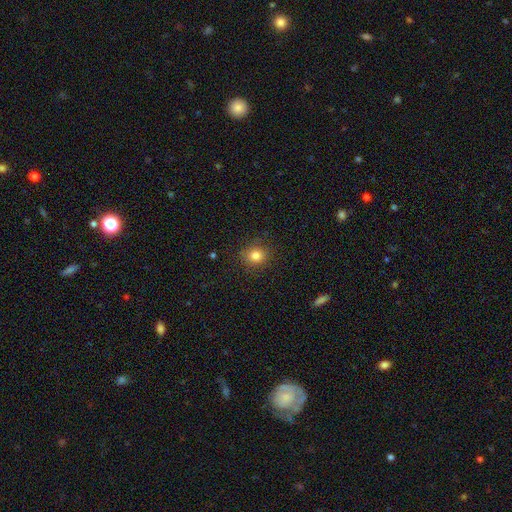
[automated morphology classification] Smooth or featured? smooth (83%)
How rounded? round (80%)
Merging? none (86%)